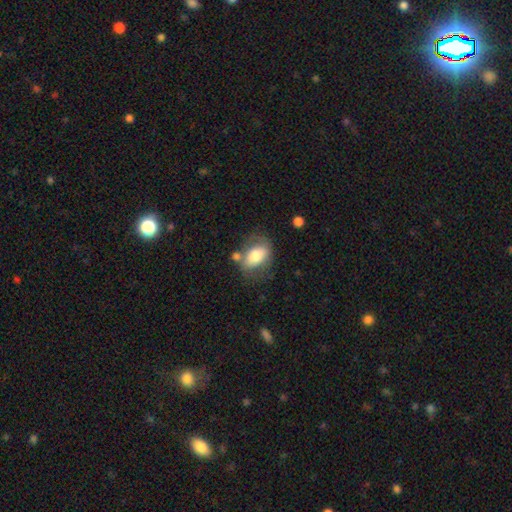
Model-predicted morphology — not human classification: Smooth or featured? smooth (65%)
How rounded? in between (82%)
Merging? none (56%)